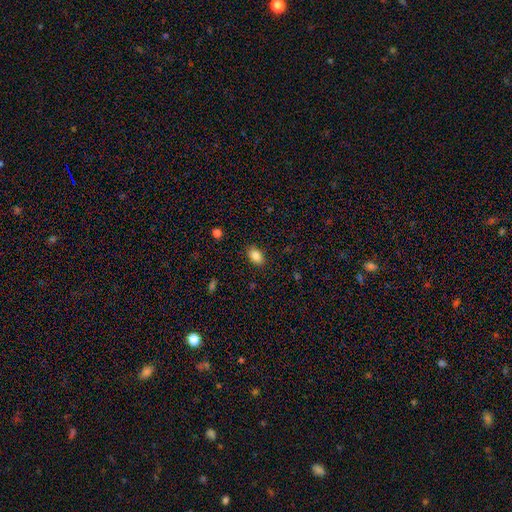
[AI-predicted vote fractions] A smooth galaxy with no disk features (86%) that is in between round and cigar-shaped (87%).

Vote fractions:
- Smooth or featured? smooth: 86% / star or artifact: 9% / featured or disk: 5%
- How rounded? in between: 87% / round: 11% / cigar-shaped: 2%
- Merging? none: 87% / minor disturbance: 9% / major disturbance: 3% / merger: 1%